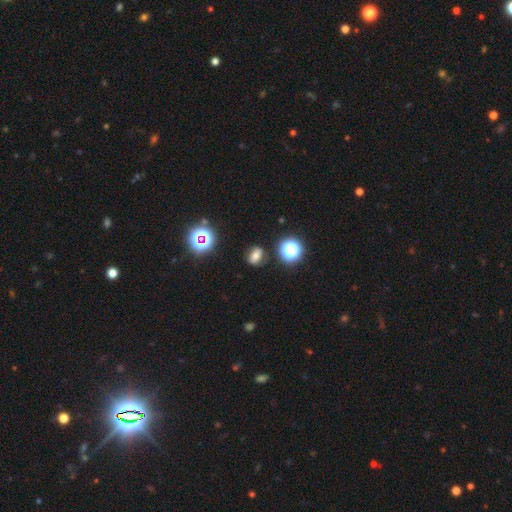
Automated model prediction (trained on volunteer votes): A smooth galaxy with no disk features (62%) that is in between round and cigar-shaped (60%).

Vote fractions:
- Smooth or featured? smooth: 62% / star or artifact: 21% / featured or disk: 17%
- How rounded? in between: 60% / round: 38% / cigar-shaped: 2%
- Merging? none: 82% / minor disturbance: 11% / major disturbance: 4% / merger: 2%